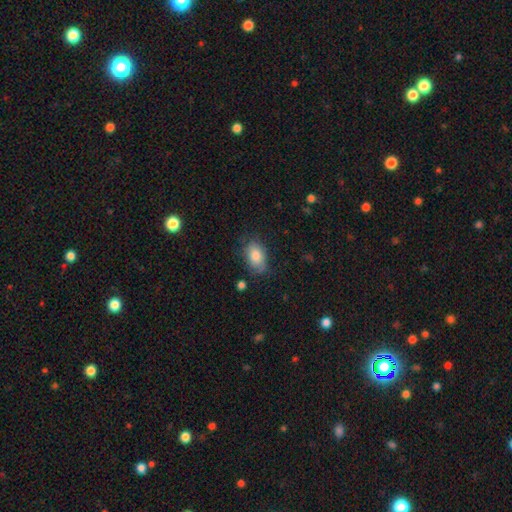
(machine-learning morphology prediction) Smooth or featured? smooth (81%)
How rounded? in between (87%)
Merging? none (71%)